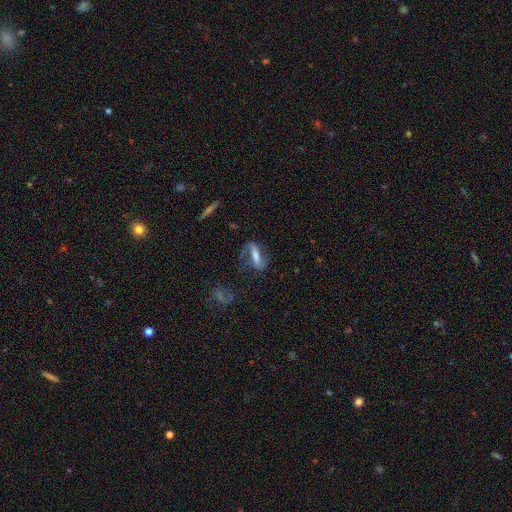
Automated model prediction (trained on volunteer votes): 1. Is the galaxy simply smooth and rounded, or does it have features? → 71% featured or disk, 21% smooth, 8% star or artifact.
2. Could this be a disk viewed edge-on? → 88% no, 12% yes.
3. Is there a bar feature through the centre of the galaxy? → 56% strong, 29% weak, 14% no.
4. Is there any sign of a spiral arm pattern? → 89% yes, 11% no.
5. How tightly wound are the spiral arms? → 51% loose, 37% medium, 12% tight.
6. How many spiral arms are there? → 83% 2, 10% 1, 5% can't tell, 1% 3, 1% 4, 1% more than 4.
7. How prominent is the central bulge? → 42% moderate, 27% small, 15% large, 14% none, 3% dominant.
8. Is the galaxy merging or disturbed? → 61% none, 18% minor disturbance, 17% major disturbance, 3% merger.